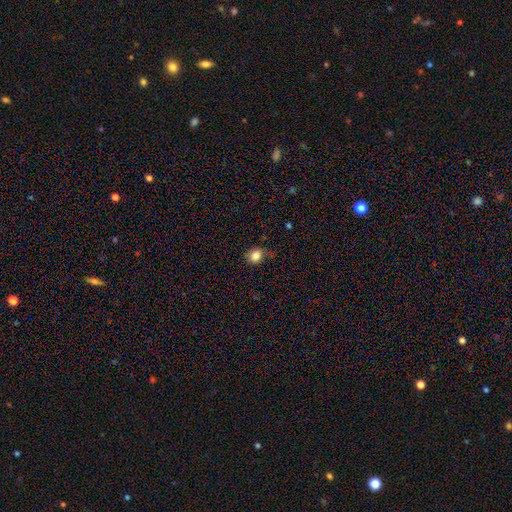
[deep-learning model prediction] smooth-or-featured: smooth: 84% | star or artifact: 11% | featured or disk: 6%
  how-rounded: round: 67% | in between: 32% | cigar-shaped: 1%
  merging: none: 73% | minor disturbance: 21% | major disturbance: 5% | merger: 2%